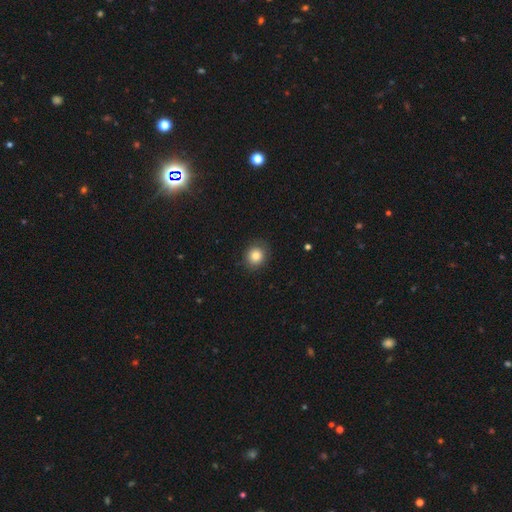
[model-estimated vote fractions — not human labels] Smooth or featured?
  - smooth: 83% *
  - star or artifact: 10%
  - featured or disk: 7%
How rounded?
  - round: 78% *
  - in between: 21%
  - cigar-shaped: 1%
Merging?
  - none: 85% *
  - minor disturbance: 11%
  - major disturbance: 3%
  - merger: 1%